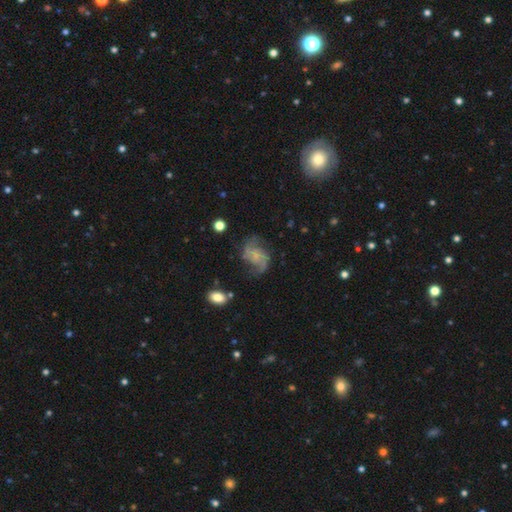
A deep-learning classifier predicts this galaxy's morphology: smooth-or-featured: featured or disk: 77% | smooth: 14% | star or artifact: 8%
  disk-edge-on: no: 98% | yes: 2%
    bar: no: 64% | weak: 30% | strong: 6%
    has-spiral-arms: yes: 93% | no: 7%
      spiral-winding: loose: 51% | medium: 38% | tight: 11%
      spiral-arm-count: 2: 88% | can't tell: 5% | 1: 3% | 3: 2% | 4: 1% | more than 4: 1%
    bulge-size: small: 55% | none: 28% | moderate: 13% | large: 2% | dominant: 1%
  merging: none: 61% | minor disturbance: 21% | major disturbance: 15% | merger: 3%